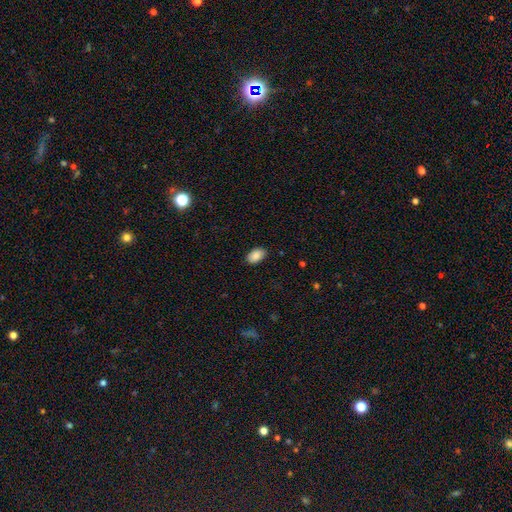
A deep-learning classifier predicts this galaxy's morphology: Smooth or featured? smooth (88%)
How rounded? in between (93%)
Merging? none (87%)